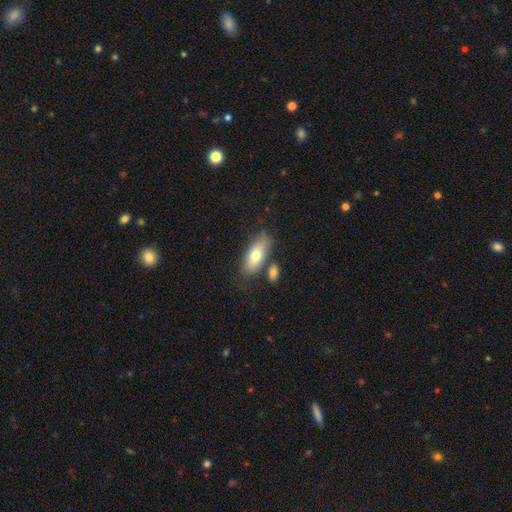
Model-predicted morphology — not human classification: type=smooth (72%); roundness=in between (81%); merging=none (69%).